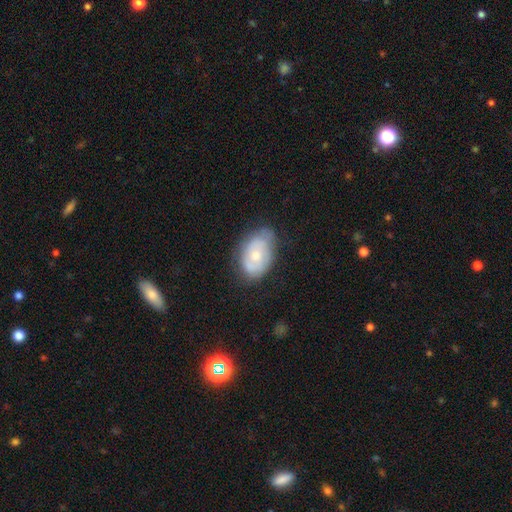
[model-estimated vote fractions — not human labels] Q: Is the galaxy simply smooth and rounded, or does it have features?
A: smooth — 48%.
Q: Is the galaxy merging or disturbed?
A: none — 56%.